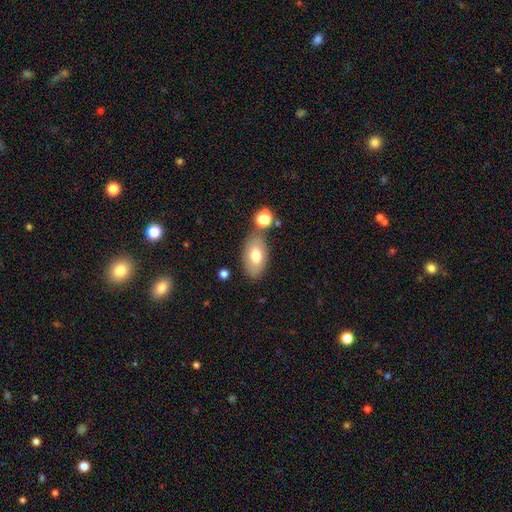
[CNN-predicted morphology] Smooth or featured? Predicted: smooth (p=0.72). How rounded? Predicted: in between (p=0.92). Merging? Predicted: none (p=0.70).